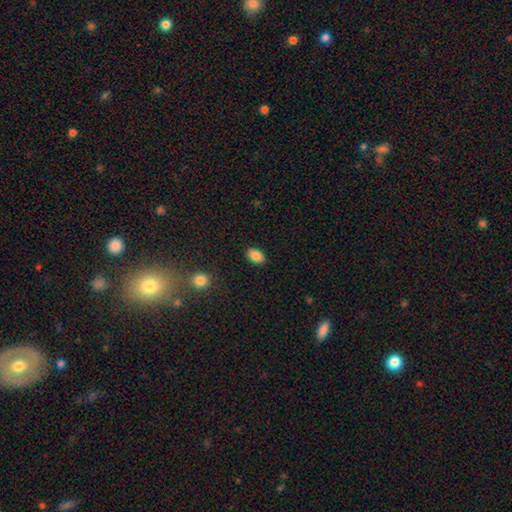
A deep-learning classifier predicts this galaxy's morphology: smooth_or_featured: smooth (p=0.87) [alt: star or artifact p=0.08]
how_rounded: in between (p=0.89) [alt: round p=0.09]
merging: none (p=0.88) [alt: minor disturbance p=0.08]